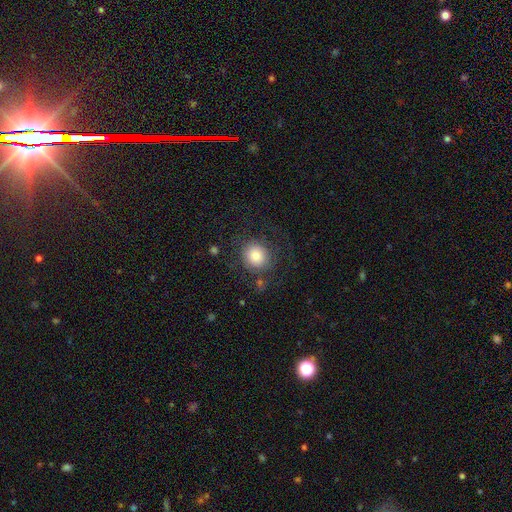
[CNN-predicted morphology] smooth_or_featured: smooth (p=0.82) [alt: featured or disk p=0.10]
how_rounded: round (p=0.87) [alt: in between p=0.13]
merging: none (p=0.74) [alt: minor disturbance p=0.13]